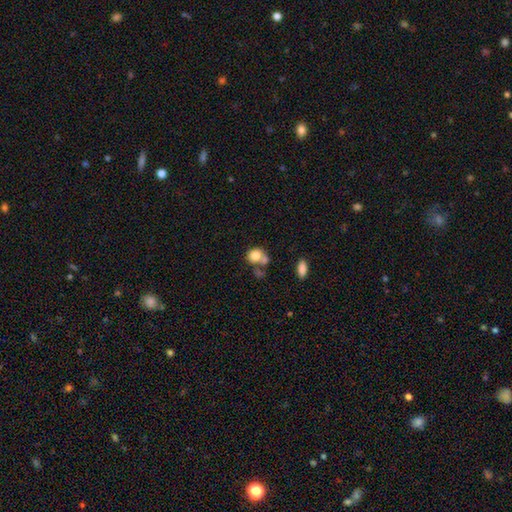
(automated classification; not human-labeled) Smooth or featured? smooth (76%)
How rounded? round (67%)
Merging? merger (42%)